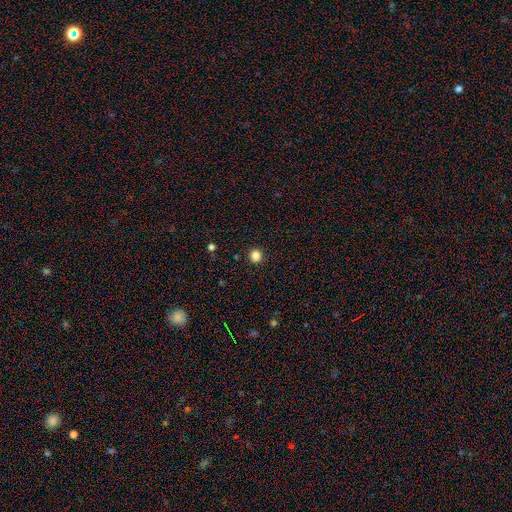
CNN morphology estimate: smooth_or_featured: smooth (p=0.84) [alt: star or artifact p=0.12]
how_rounded: round (p=0.89) [alt: in between p=0.10]
merging: none (p=0.92) [alt: minor disturbance p=0.05]